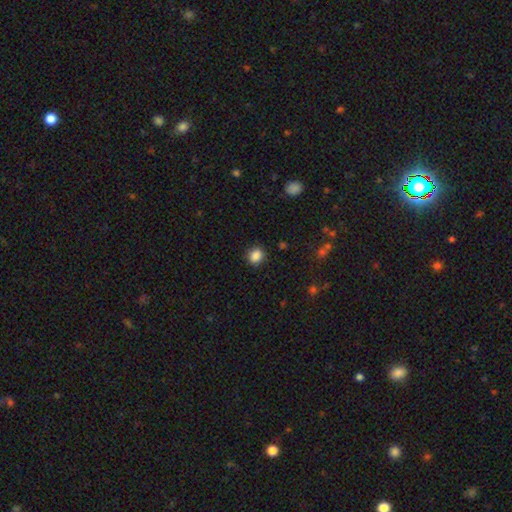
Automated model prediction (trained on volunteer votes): Overall: smooth (86%). How rounded: round (61%; in between 38%). Merging: none (86%).